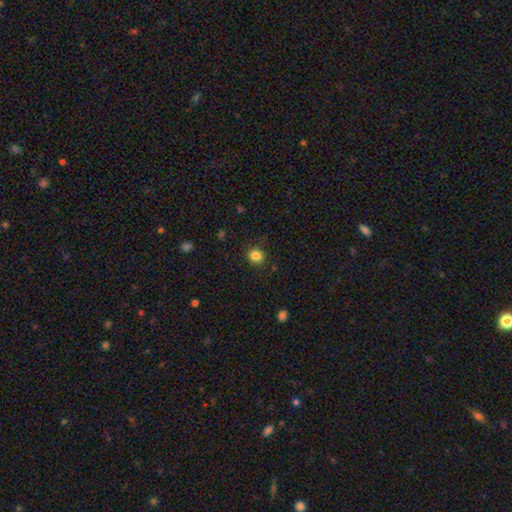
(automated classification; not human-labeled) This appears to be a smooth galaxy with no disk features (84%) that is round (86%). Merging: none (89%).